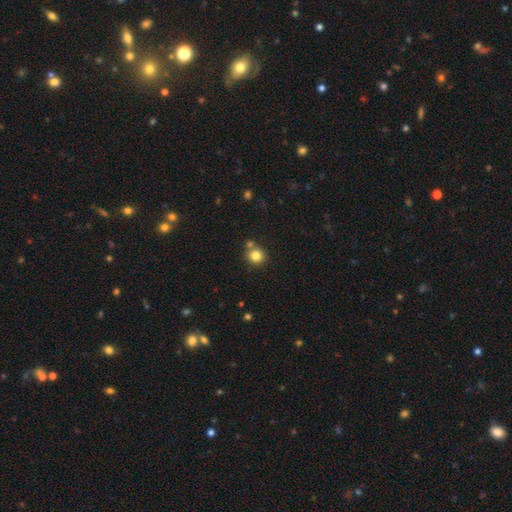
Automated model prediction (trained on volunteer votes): Smooth or featured: smooth — 81% (star or artifact — 12%)
How rounded: round — 91% (in between — 9%)
Merging: none — 72% (merger — 17%)